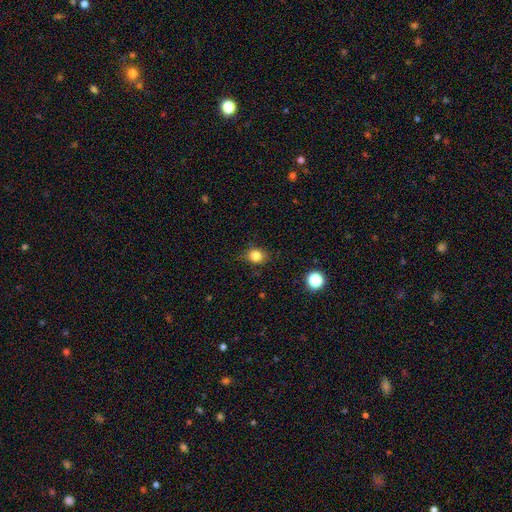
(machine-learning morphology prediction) Smooth or featured? smooth (82%)
How rounded? round (65%)
Merging? none (82%)